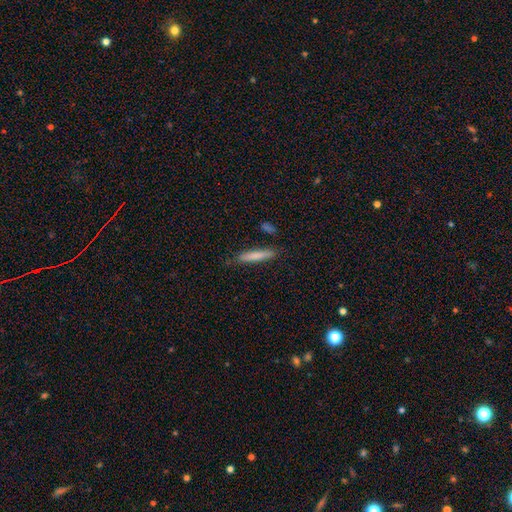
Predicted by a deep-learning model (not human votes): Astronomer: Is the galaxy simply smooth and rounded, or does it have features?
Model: smooth — 78%.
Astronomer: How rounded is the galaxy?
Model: cigar-shaped — 91%.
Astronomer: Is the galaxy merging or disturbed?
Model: none — 84%.